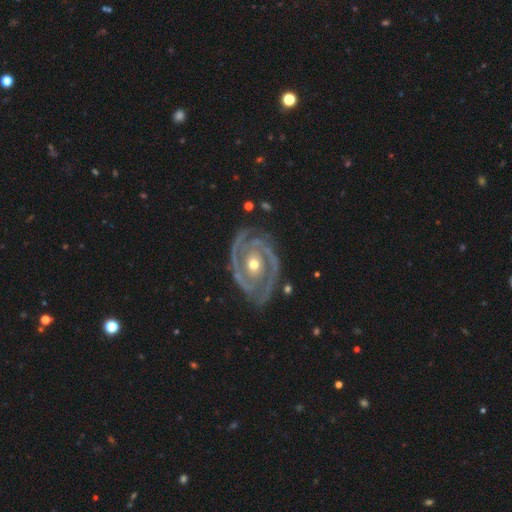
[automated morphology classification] Smooth or featured? featured or disk (90%)
Edge-on disk? no (97%)
Bar? no (56%)
Spiral arms? yes (94%)
Spiral winding? tight (64%)
Spiral arm count? 2 (82%)
Bulge size? moderate (64%)
Merging? none (79%)